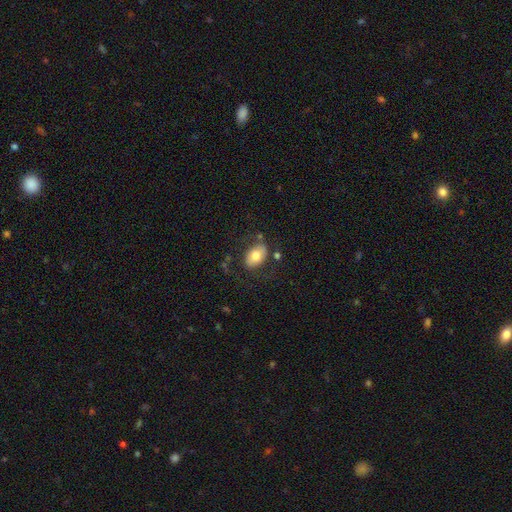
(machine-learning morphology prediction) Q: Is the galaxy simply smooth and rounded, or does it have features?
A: smooth — 71%.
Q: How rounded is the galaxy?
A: in between — 87%.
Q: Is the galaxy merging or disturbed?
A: none — 70%.